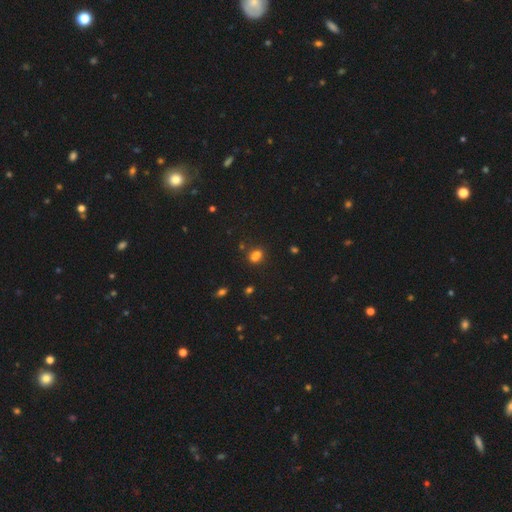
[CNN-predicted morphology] The model was most divided on "merging": none: 54%, merger: 28%, minor disturbance: 13%, major disturbance: 5%. More confident: smooth or featured — smooth (73%); how rounded — in between (62%).